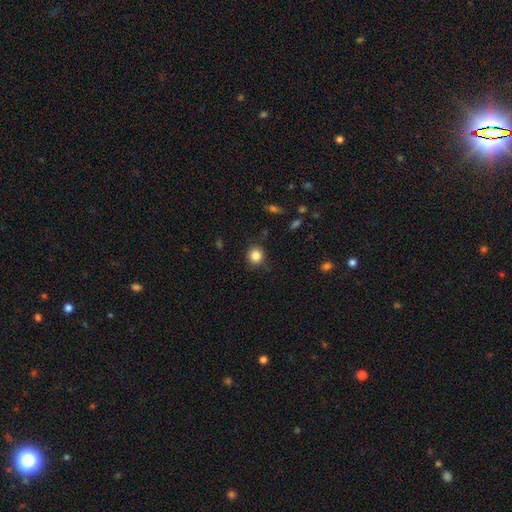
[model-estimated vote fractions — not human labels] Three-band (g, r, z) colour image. It shows a smooth galaxy with no disk features (84%) that is round (89%). Merging: none (86%).